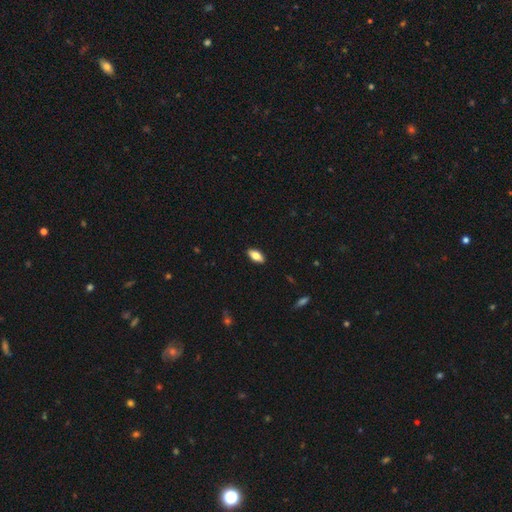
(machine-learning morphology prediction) Smooth or featured: smooth — 73% (featured or disk — 21%)
How rounded: in between — 85% (cigar-shaped — 12%)
Merging: none — 90% (minor disturbance — 8%)